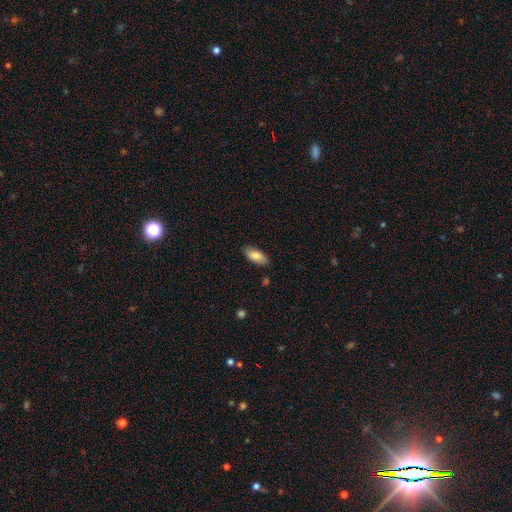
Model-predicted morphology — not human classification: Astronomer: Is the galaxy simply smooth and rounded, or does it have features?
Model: smooth — 81%.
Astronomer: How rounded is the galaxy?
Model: in between — 87%.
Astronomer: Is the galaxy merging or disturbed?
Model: none — 83%.